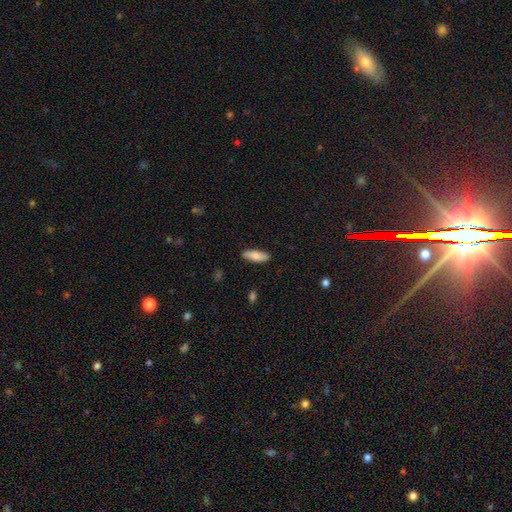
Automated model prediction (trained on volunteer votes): This appears to be a smooth galaxy with no disk features (84%) that is in between round and cigar-shaped (65%). Merging: none (88%).